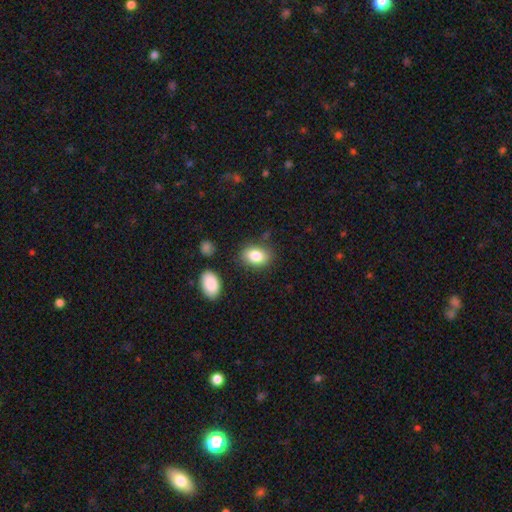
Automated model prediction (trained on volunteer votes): A smooth galaxy with no disk features (83%) that is in between round and cigar-shaped (82%). Merging: none (81%).